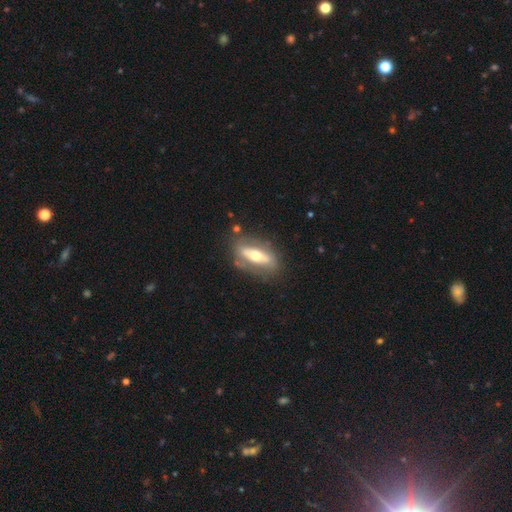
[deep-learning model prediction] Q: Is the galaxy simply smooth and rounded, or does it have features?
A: featured or disk — 59%.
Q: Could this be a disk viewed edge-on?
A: no — 69%.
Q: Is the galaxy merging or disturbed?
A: none — 73%.